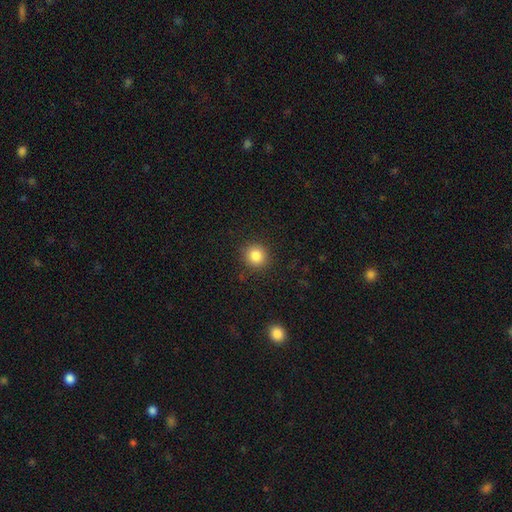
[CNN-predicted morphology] Smooth or featured: smooth — 85% (star or artifact — 10%)
How rounded: round — 91% (in between — 8%)
Merging: none — 90% (minor disturbance — 7%)